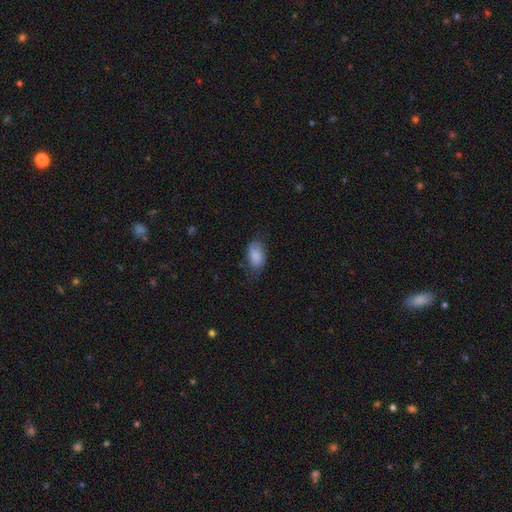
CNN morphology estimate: Q: Smooth or featured?
A: smooth (85%); runner-up: featured or disk (9%)
Q: How rounded?
A: in between (92%); runner-up: round (7%)
Q: Merging?
A: none (61%); runner-up: minor disturbance (29%)